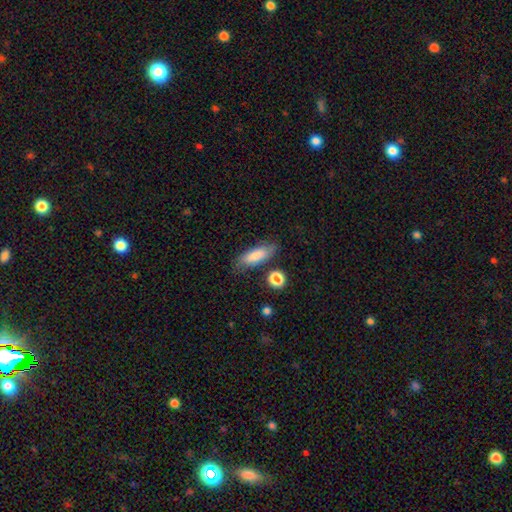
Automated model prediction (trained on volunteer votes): This appears to be a smooth galaxy with no disk features (81%) that is in between round and cigar-shaped (63%). Merging: none (76%).